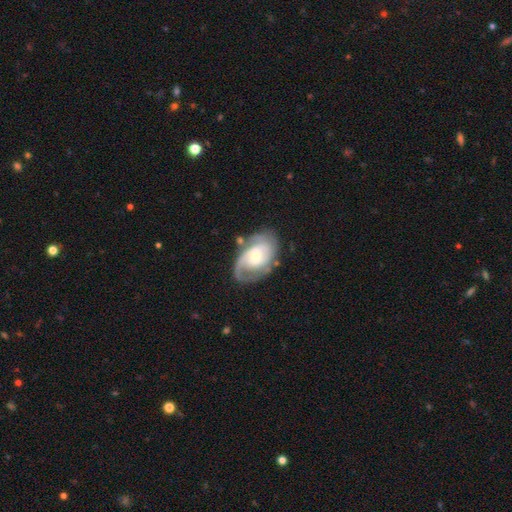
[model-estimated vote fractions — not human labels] Smooth or featured?
  - featured or disk: 81% *
  - smooth: 14%
  - star or artifact: 5%
Edge-on disk?
  - no: 97% *
  - yes: 3%
Bar?
  - no: 51% *
  - weak: 40%
  - strong: 9%
Spiral arms?
  - yes: 93% *
  - no: 7%
Spiral winding?
  - tight: 45% *
  - medium: 40%
  - loose: 15%
Spiral arm count?
  - 2: 58% *
  - can't tell: 16%
  - 1: 16%
  - 3: 6%
  - 4: 2%
  - more than 4: 2%
Bulge size?
  - moderate: 49% *
  - small: 42%
  - large: 6%
  - none: 2%
  - dominant: 1%
Merging?
  - none: 65% *
  - minor disturbance: 20%
  - major disturbance: 11%
  - merger: 4%